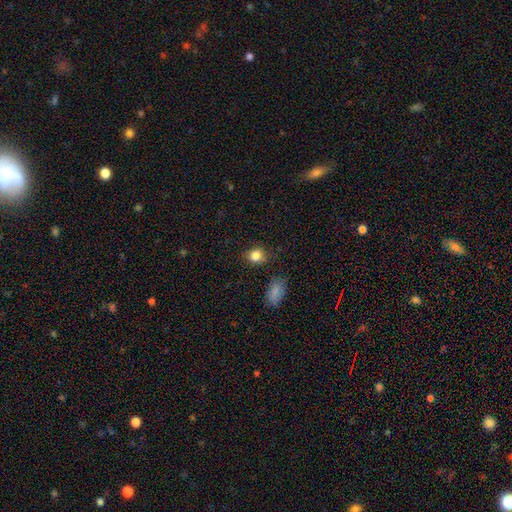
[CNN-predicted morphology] type=smooth (84%); roundness=round (64%); merging=none (81%).